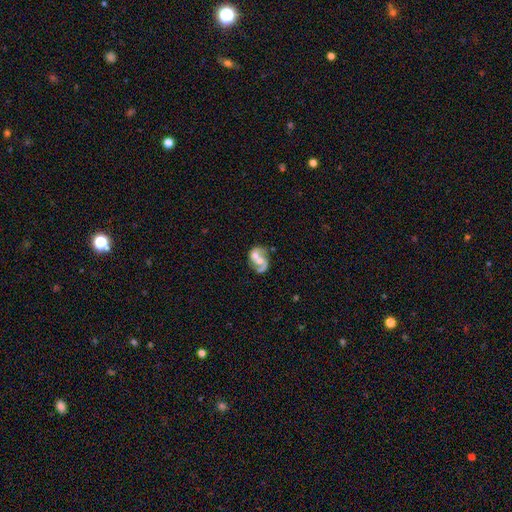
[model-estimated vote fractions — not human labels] A featured or disk galaxy (73%) with no bar (58%), 2 (76%) loose (43%, tied with medium) spiral arms (80%) and a moderate central bulge (51%). Merging: merger (42%).